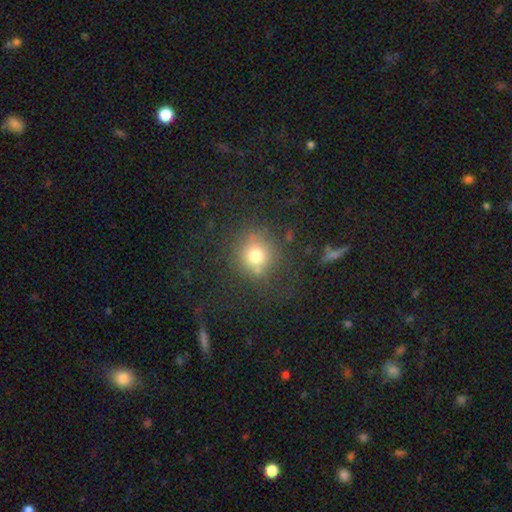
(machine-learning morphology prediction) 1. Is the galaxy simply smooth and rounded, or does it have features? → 71% smooth, 18% star or artifact, 11% featured or disk.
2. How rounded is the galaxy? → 86% round, 12% in between, 1% cigar-shaped.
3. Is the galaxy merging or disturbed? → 73% none, 13% minor disturbance, 9% major disturbance, 5% merger.